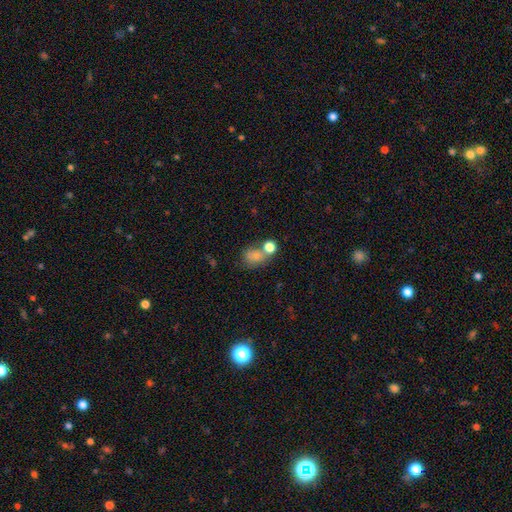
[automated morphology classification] smooth 75%, star or artifact 13%, featured or disk 12%. Down the decision tree: how rounded — round (52%); merging — none (43%).